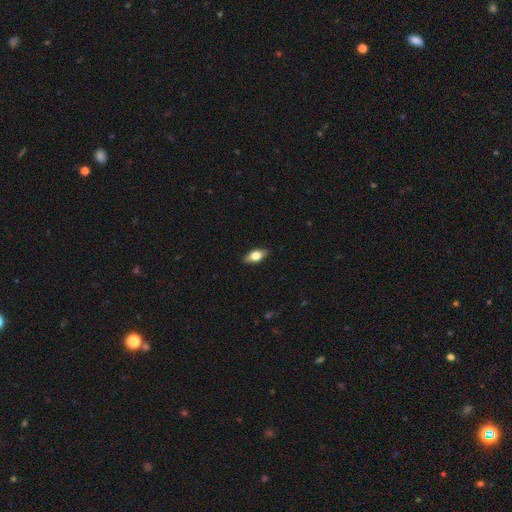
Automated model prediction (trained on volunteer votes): Morphology: type=smooth (64%); roundness=in between (83%); merging=none (86%).